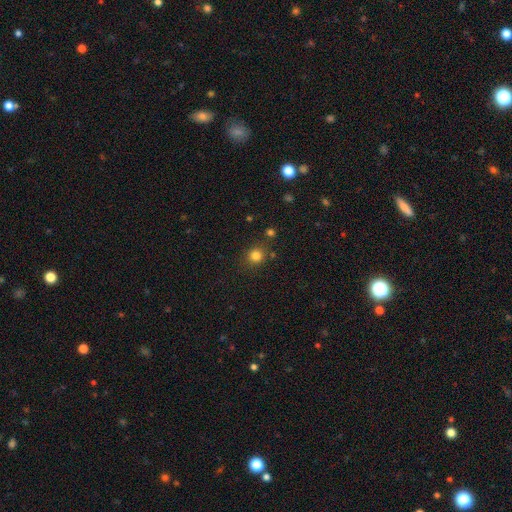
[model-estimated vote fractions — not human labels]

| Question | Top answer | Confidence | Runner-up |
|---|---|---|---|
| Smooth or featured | smooth | 81% | star or artifact (14%) |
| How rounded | round | 88% | in between (11%) |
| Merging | none | 83% | minor disturbance (9%) |